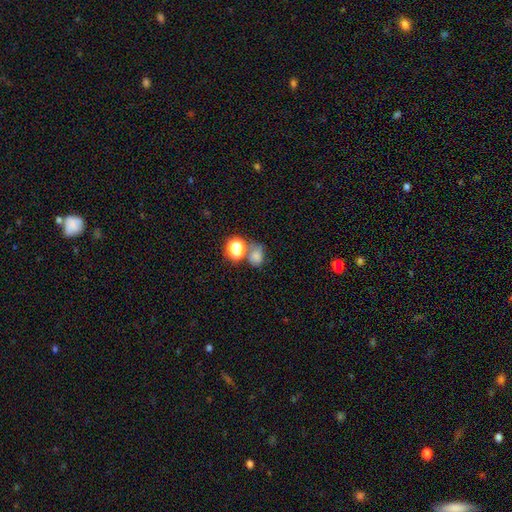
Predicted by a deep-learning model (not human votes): smooth 73%, star or artifact 20%, featured or disk 8%. Down the decision tree: how rounded — round (51%); merging — none (52%).